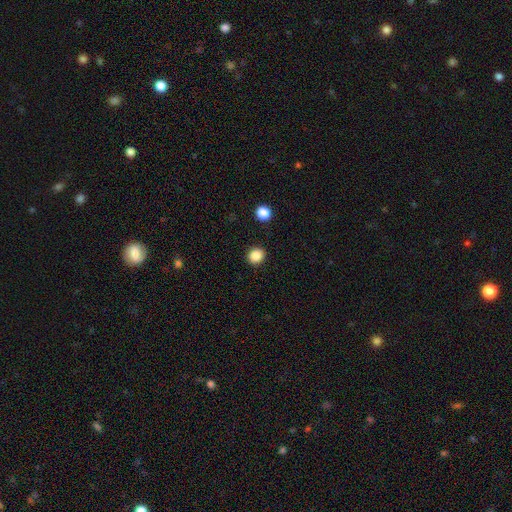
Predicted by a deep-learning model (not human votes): Q: Smooth or featured?
A: smooth (86%); runner-up: star or artifact (11%)
Q: How rounded?
A: round (85%); runner-up: in between (14%)
Q: Merging?
A: none (91%); runner-up: minor disturbance (5%)